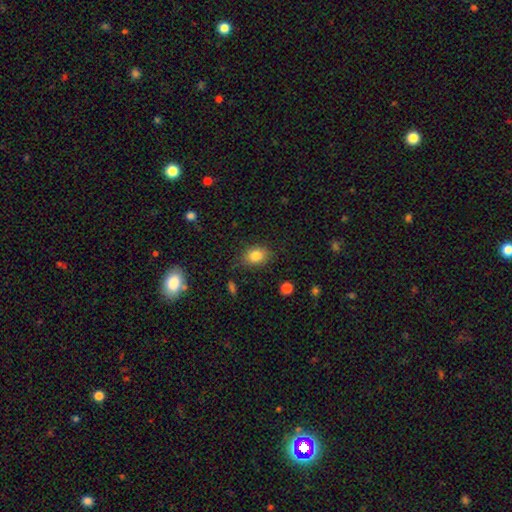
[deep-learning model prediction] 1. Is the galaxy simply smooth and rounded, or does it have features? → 83% smooth, 10% star or artifact, 7% featured or disk.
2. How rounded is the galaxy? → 65% in between, 34% round, 1% cigar-shaped.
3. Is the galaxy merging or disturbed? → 80% none, 15% minor disturbance, 4% major disturbance, 2% merger.